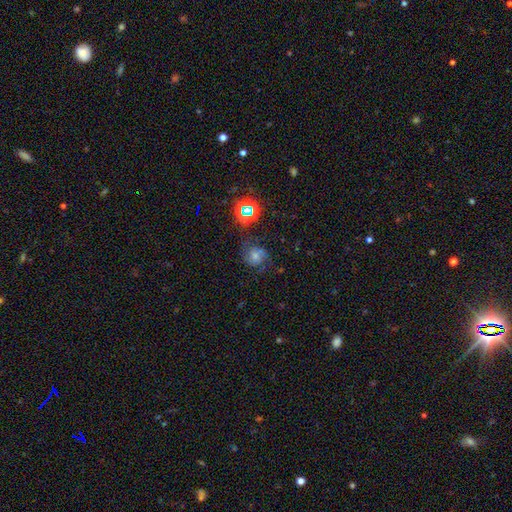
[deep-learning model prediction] Smooth or featured: featured or disk — 45% (smooth — 33%)
Merging: none — 56% (minor disturbance — 22%)